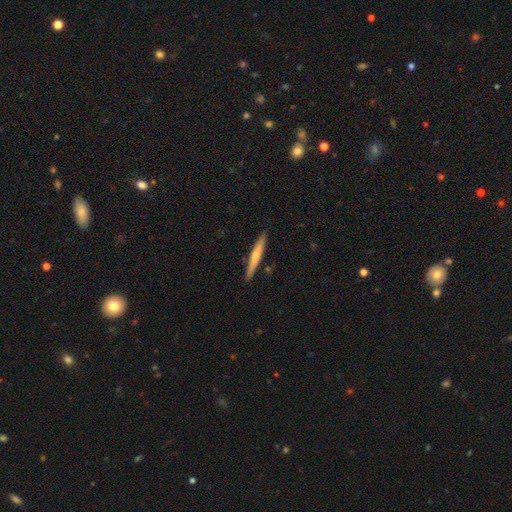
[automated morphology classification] The model was most divided on "smooth or featured": smooth: 52%, featured or disk: 42%, star or artifact: 5%. More confident: how rounded — cigar-shaped (95%); merging — none (87%).